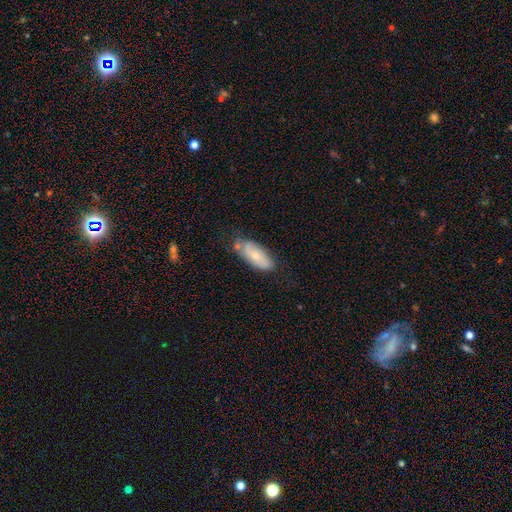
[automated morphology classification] Smooth or featured? Predicted: smooth (p=0.60). How rounded? Predicted: in between (p=0.82). Merging? Predicted: none (p=0.62).